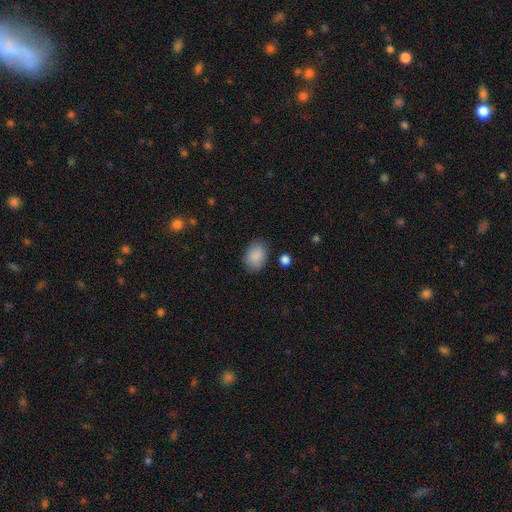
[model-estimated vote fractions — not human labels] A smooth galaxy with no disk features (89%) that is in between round and cigar-shaped (78%). Merging: none (81%).